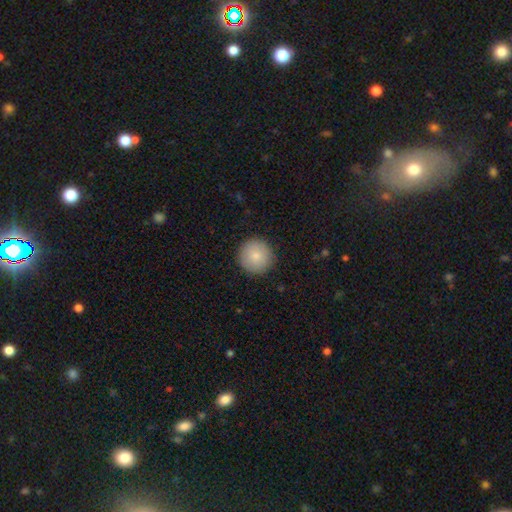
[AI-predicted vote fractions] Q: Smooth or featured?
A: smooth (85%); runner-up: featured or disk (8%)
Q: How rounded?
A: round (96%); runner-up: in between (3%)
Q: Merging?
A: none (91%); runner-up: minor disturbance (7%)